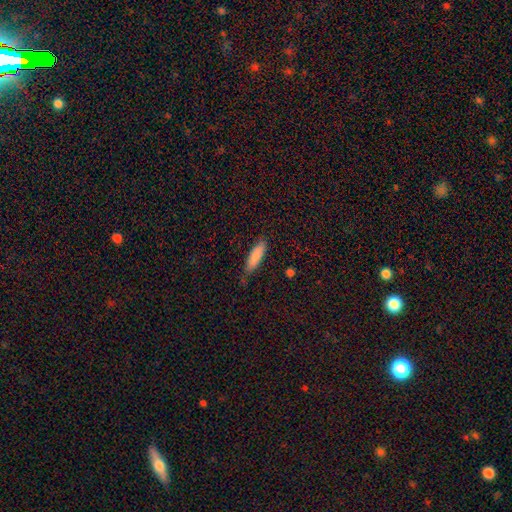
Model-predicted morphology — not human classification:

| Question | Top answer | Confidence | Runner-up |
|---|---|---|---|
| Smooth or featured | smooth | 84% | featured or disk (10%) |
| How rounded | cigar-shaped | 63% | in between (36%) |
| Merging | none | 74% | minor disturbance (20%) |